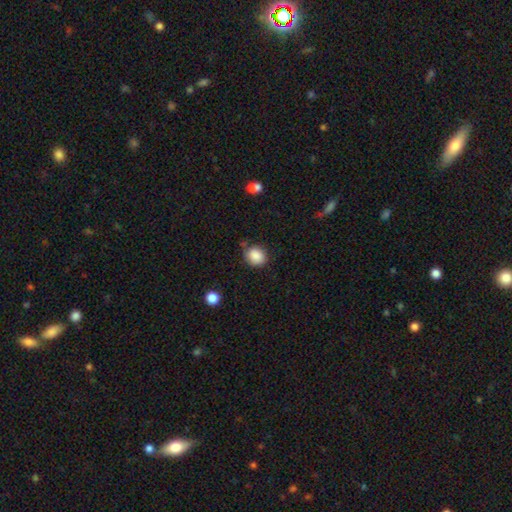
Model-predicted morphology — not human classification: Smooth or featured?
  - smooth: 87% *
  - star or artifact: 9%
  - featured or disk: 4%
How rounded?
  - round: 73% *
  - in between: 26%
  - cigar-shaped: 1%
Merging?
  - none: 72% *
  - minor disturbance: 18%
  - merger: 5%
  - major disturbance: 5%